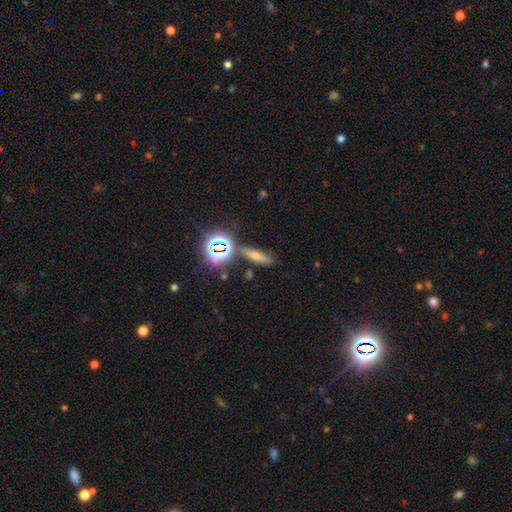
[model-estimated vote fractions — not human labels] This appears to be a smooth galaxy with no disk features (56%) that is cigar-shaped (61%). Merging: none (75%).